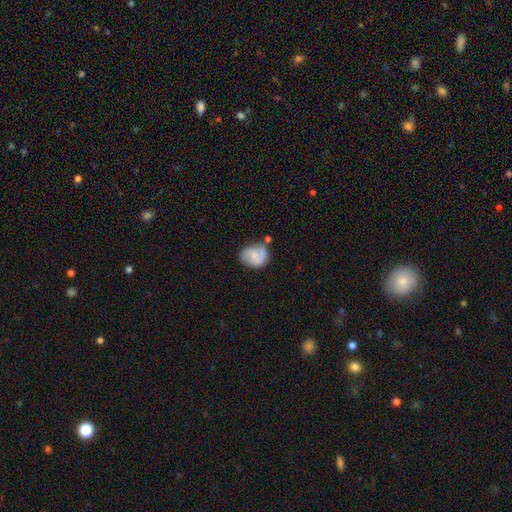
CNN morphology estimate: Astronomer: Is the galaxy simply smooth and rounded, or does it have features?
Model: smooth — 54% (runner-up: featured or disk, 38%).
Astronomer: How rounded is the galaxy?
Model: round — 52% (runner-up: in between, 47%).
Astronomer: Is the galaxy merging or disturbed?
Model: none — 51% (runner-up: minor disturbance, 27%).